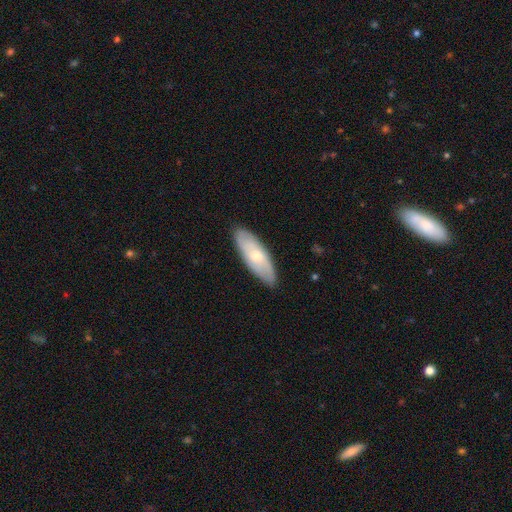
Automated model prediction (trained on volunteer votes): Smooth or featured? smooth (53%)
How rounded? in between (69%)
Merging? none (85%)